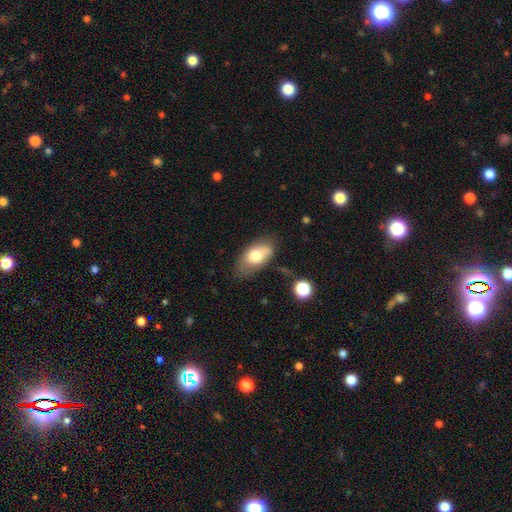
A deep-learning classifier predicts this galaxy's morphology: This appears to be a smooth galaxy with no disk features (74%) that is in between round and cigar-shaped (91%). Merging: none (62%).